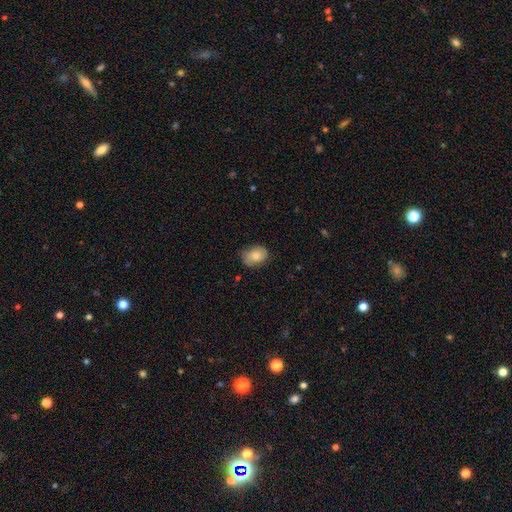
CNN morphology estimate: Smooth or featured: smooth — 78% (featured or disk — 14%)
How rounded: in between — 71% (round — 28%)
Merging: none — 69% (minor disturbance — 25%)